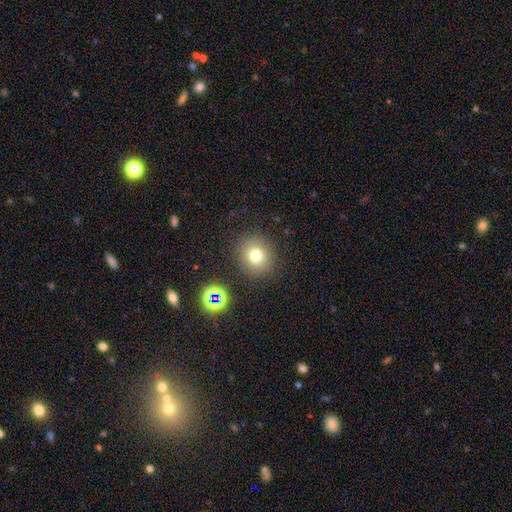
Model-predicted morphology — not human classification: This appears to be a smooth galaxy with no disk features (74%) that is round (80%). Merging: none (86%).